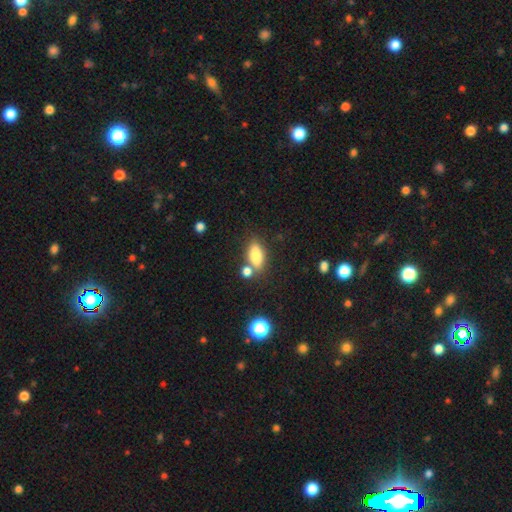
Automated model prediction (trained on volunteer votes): A smooth galaxy with no disk features (79%) that is in between round and cigar-shaped (78%).

Vote fractions:
- Smooth or featured? smooth: 79% / featured or disk: 11% / star or artifact: 10%
- How rounded? in between: 78% / cigar-shaped: 16% / round: 6%
- Merging? none: 63% / merger: 20% / minor disturbance: 13% / major disturbance: 4%